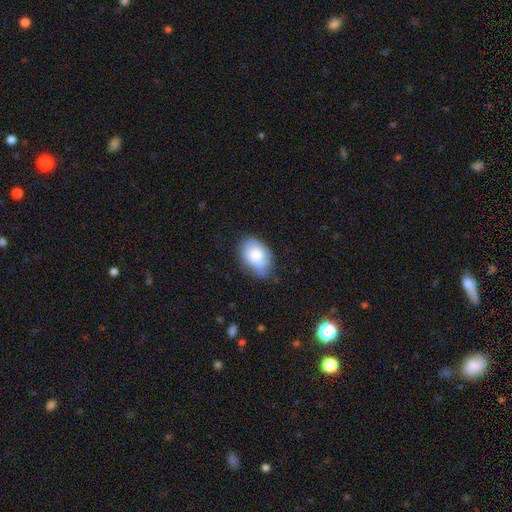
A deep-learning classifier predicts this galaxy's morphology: Overall: smooth (68%). How rounded: in between (83%). Merging: none (48%; minor disturbance 38%).